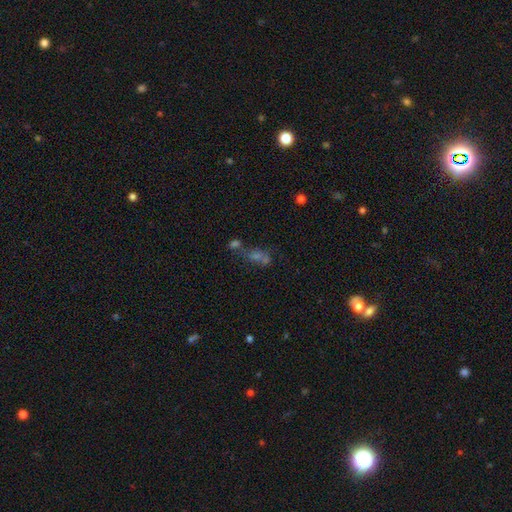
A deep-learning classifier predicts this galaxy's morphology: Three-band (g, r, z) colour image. It shows a smooth galaxy with no disk features (40%). Merging: none (39%).